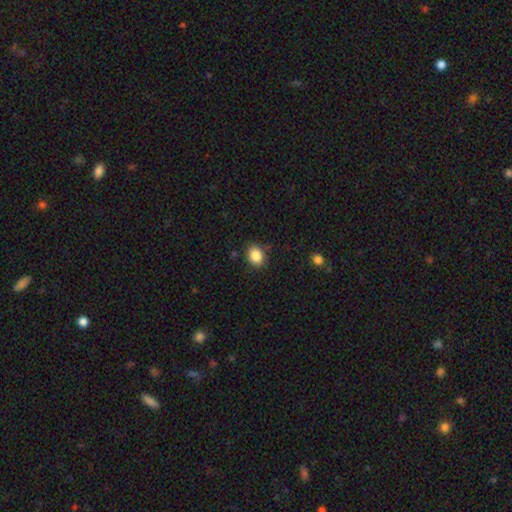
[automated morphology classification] Smooth or featured? Predicted: smooth (p=0.86). How rounded? Predicted: in between (p=0.50). Merging? Predicted: none (p=0.85).